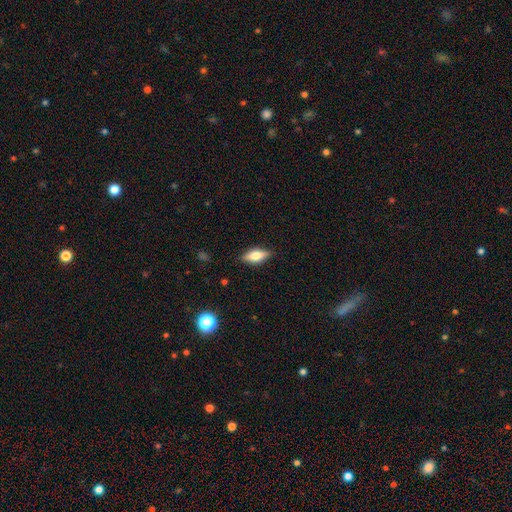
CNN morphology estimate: Overall: smooth (62%; featured or disk 31%). How rounded: in between (73%). Merging: none (86%).